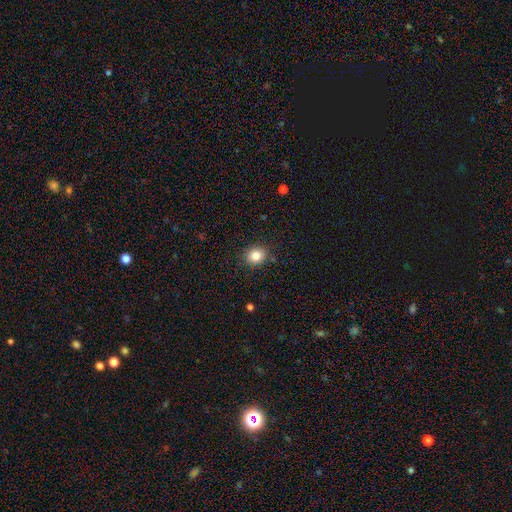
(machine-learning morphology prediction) Overall: smooth (83%). How rounded: round (77%). Merging: none (87%).